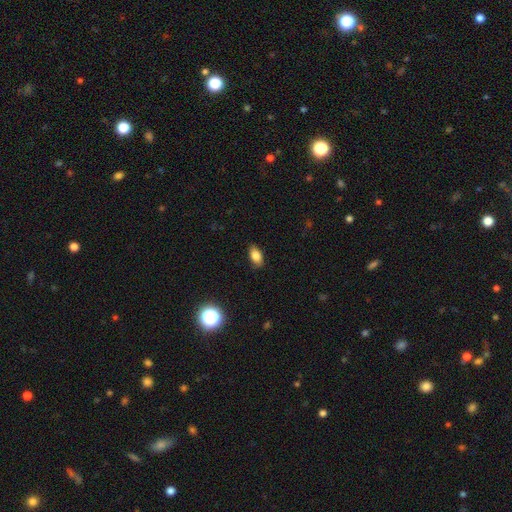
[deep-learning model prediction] smooth_or_featured: smooth (p=0.83) [alt: star or artifact p=0.10]
how_rounded: in between (p=0.88) [alt: round p=0.08]
merging: none (p=0.85) [alt: minor disturbance p=0.12]